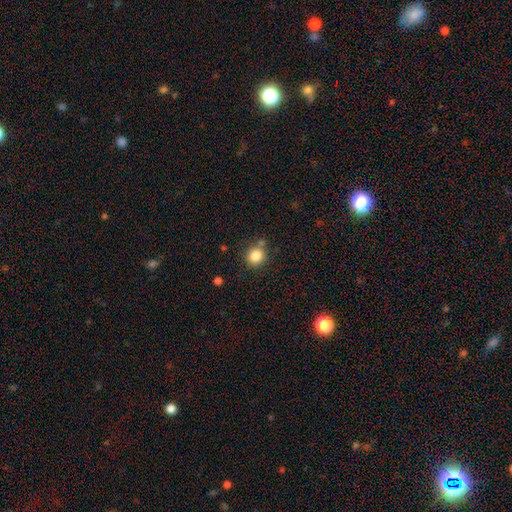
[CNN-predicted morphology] This appears to be a smooth galaxy with no disk features (83%) that is round (88%). Merging: none (76%).